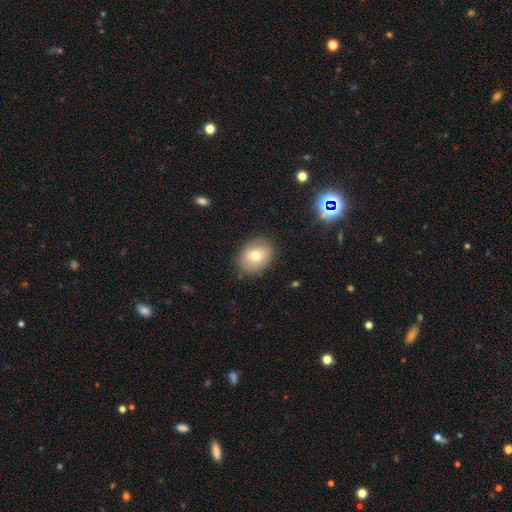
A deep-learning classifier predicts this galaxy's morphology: This appears to be a smooth galaxy with no disk features (70%) that is in between round and cigar-shaped (58%). Merging: none (81%).